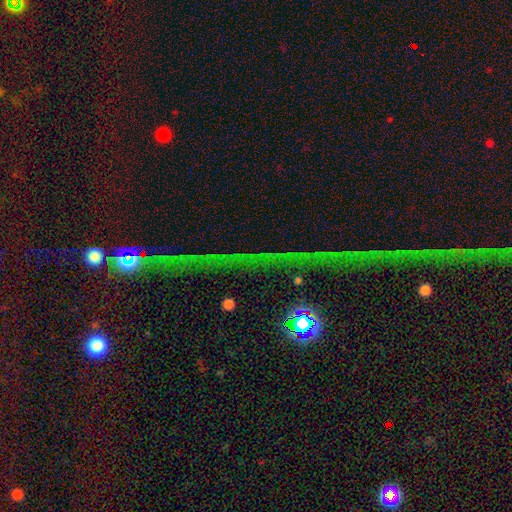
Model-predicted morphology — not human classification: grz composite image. It shows a star or artifact, not a galaxy (71%).